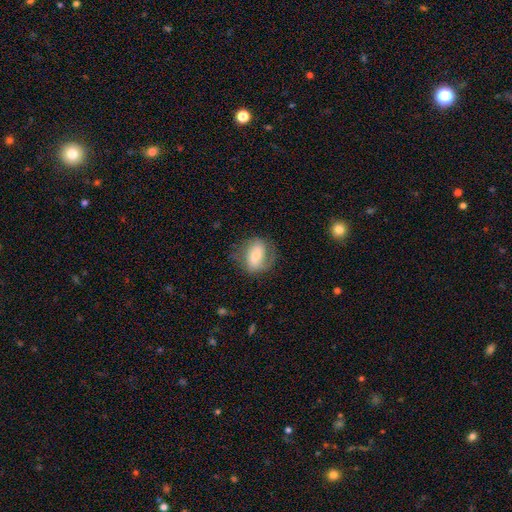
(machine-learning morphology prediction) smooth_or_featured: smooth (p=0.54) [alt: featured or disk p=0.39]
how_rounded: in between (p=0.70) [alt: round p=0.27]
merging: none (p=0.64) [alt: minor disturbance p=0.22]